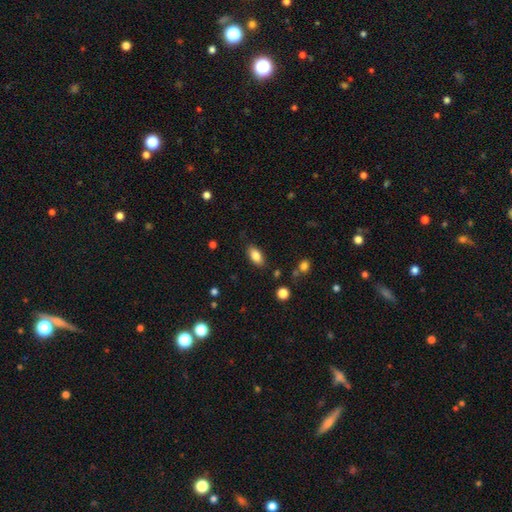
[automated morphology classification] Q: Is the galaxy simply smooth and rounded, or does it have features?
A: smooth — 84%.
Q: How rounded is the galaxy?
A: in between — 90%.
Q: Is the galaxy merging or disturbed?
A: none — 85%.